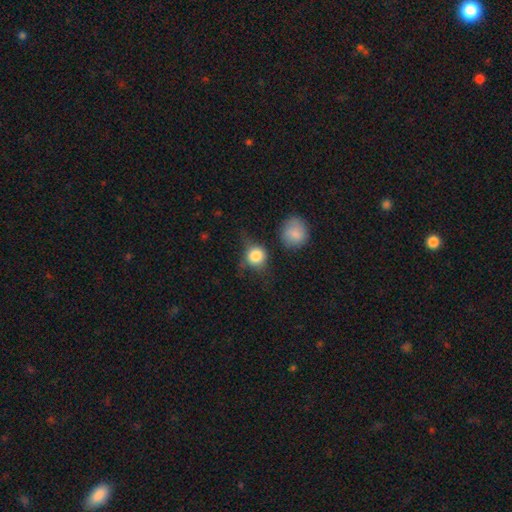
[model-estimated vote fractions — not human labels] Q: Smooth or featured?
A: smooth (81%); runner-up: featured or disk (10%)
Q: How rounded?
A: round (84%); runner-up: in between (15%)
Q: Merging?
A: none (52%); runner-up: minor disturbance (24%)